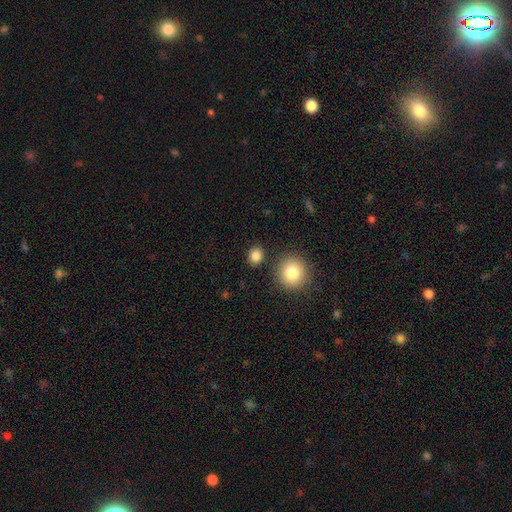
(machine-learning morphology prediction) The model was most divided on "how rounded": round: 64%, in between: 35%, cigar-shaped: 1%. More confident: smooth or featured — smooth (85%); merging — none (85%).